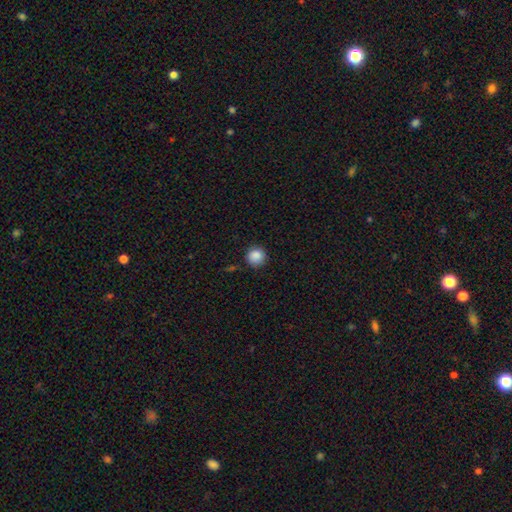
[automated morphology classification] smooth_or_featured: smooth (p=0.87) [alt: star or artifact p=0.09]
how_rounded: round (p=0.93) [alt: in between p=0.06]
merging: none (p=0.87) [alt: minor disturbance p=0.09]